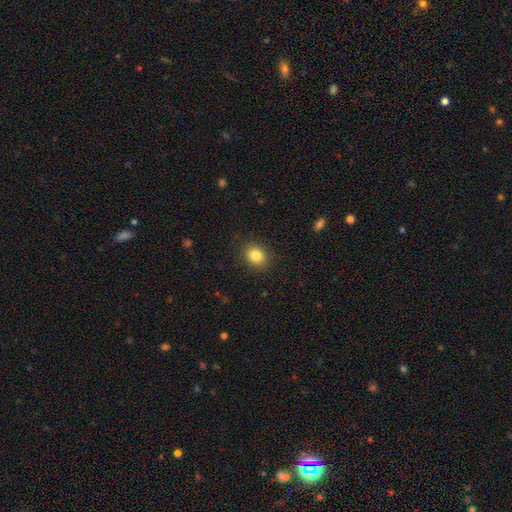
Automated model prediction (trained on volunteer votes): smooth-or-featured: smooth: 84% | star or artifact: 10% | featured or disk: 6%
  how-rounded: round: 55% | in between: 44% | cigar-shaped: 1%
  merging: none: 88% | minor disturbance: 8% | major disturbance: 3% | merger: 1%